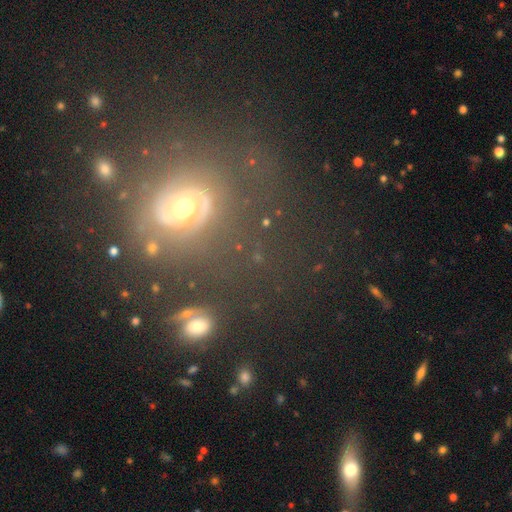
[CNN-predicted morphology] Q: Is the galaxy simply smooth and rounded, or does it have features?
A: featured or disk — 43%.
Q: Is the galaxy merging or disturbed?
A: none — 60%.